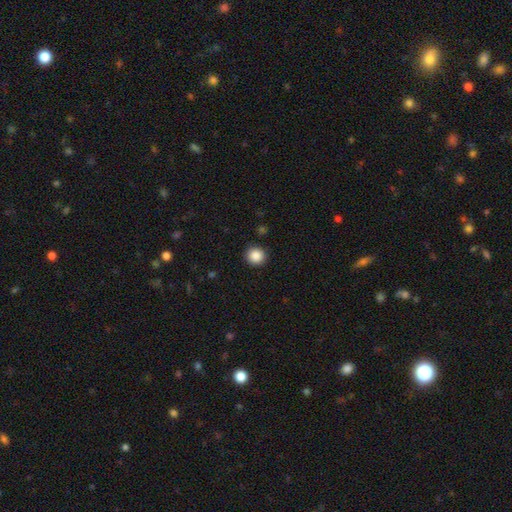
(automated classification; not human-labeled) Smooth or featured?
  - smooth: 87% *
  - star or artifact: 9%
  - featured or disk: 3%
How rounded?
  - round: 93% *
  - in between: 6%
  - cigar-shaped: 1%
Merging?
  - none: 92% *
  - minor disturbance: 6%
  - major disturbance: 2%
  - merger: 1%